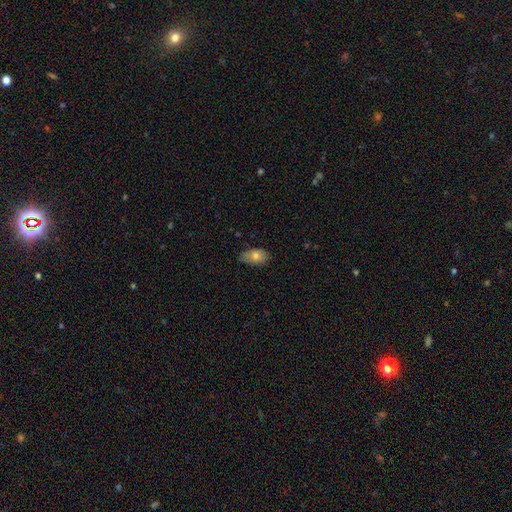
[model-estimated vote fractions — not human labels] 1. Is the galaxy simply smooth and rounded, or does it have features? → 78% smooth, 14% featured or disk, 8% star or artifact.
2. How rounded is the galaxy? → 91% in between, 7% round, 2% cigar-shaped.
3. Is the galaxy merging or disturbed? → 68% none, 26% minor disturbance, 4% major disturbance, 1% merger.